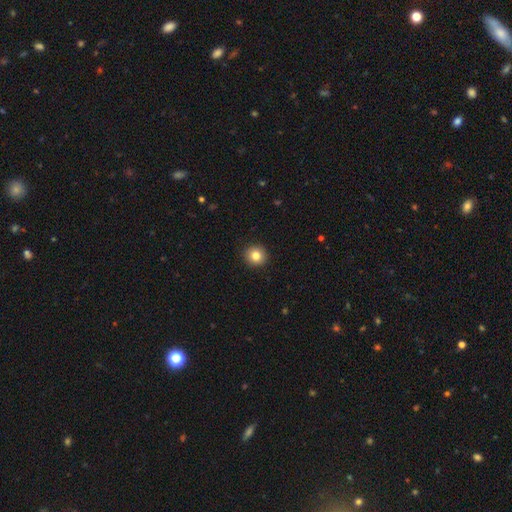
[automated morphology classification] The model was most divided on "smooth or featured": smooth: 83%, star or artifact: 10%, featured or disk: 7%. More confident: merging — none (93%); how rounded — round (93%).